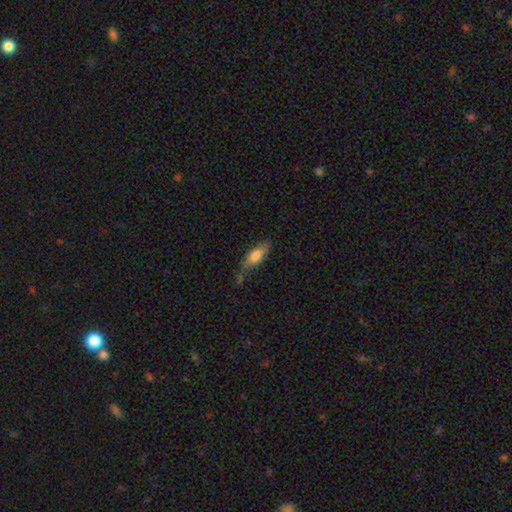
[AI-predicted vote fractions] The model was most divided on "merging": none: 42%, minor disturbance: 33%, major disturbance: 18%, merger: 7%. More confident: smooth or featured — smooth (70%); how rounded — in between (66%).